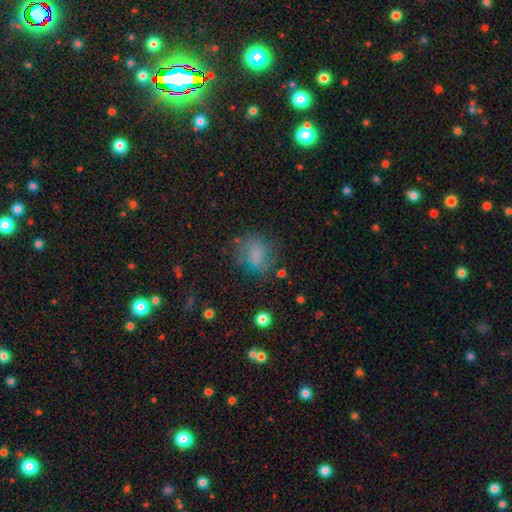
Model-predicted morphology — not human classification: Smooth or featured? smooth (67%)
How rounded? in between (52%)
Merging? none (61%)